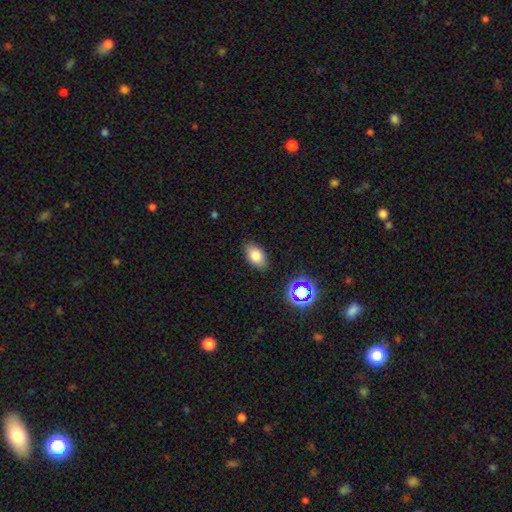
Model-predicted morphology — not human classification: A smooth galaxy with no disk features (78%) that is in between round and cigar-shaped (89%).

Vote fractions:
- Smooth or featured? smooth: 78% / star or artifact: 12% / featured or disk: 10%
- How rounded? in between: 89% / round: 9% / cigar-shaped: 2%
- Merging? none: 86% / minor disturbance: 10% / major disturbance: 2% / merger: 2%